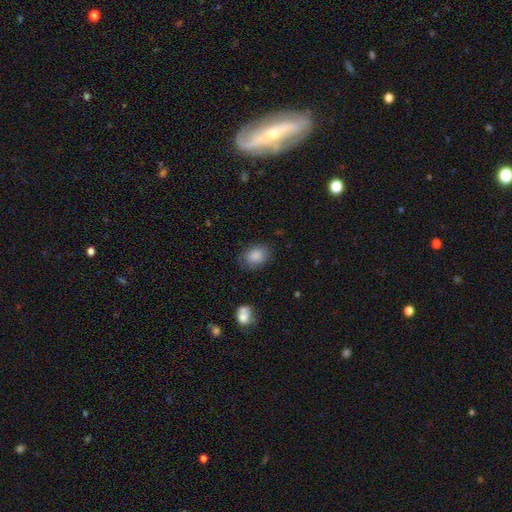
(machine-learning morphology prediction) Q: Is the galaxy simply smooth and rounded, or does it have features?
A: smooth — 87%.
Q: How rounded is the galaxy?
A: in between — 66%.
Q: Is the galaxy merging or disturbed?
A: none — 78%.